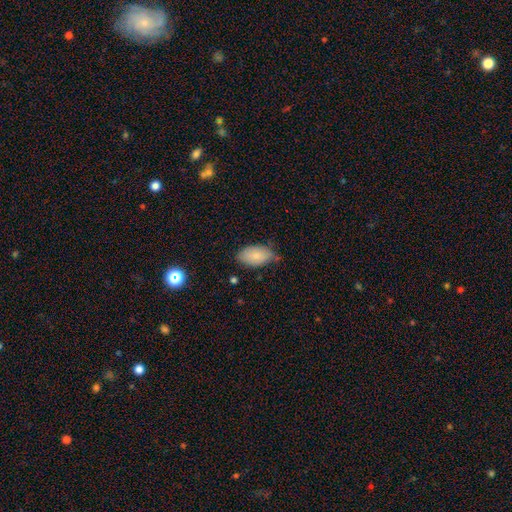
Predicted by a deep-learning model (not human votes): This is clearly a smooth galaxy (81%). How rounded: clearly in between (94%). Merging: likely none (61%).